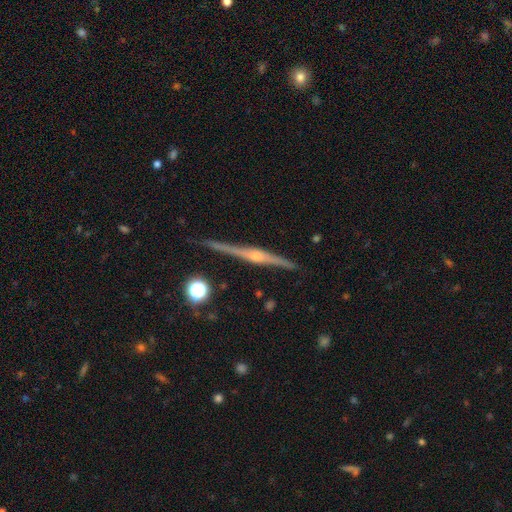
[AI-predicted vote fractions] Morphology: type=featured or disk (84%); edge-on=yes (98%); edge-on bulge=rounded (83%); merging=none (87%).